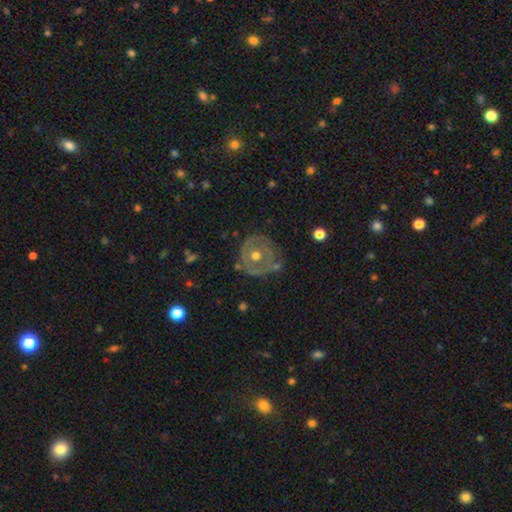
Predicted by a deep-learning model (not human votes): Smooth or featured?
  - featured or disk: 59% *
  - smooth: 34%
  - star or artifact: 8%
Edge-on disk?
  - no: 96% *
  - yes: 4%
Bar?
  - no: 89% *
  - weak: 9%
  - strong: 3%
Spiral arms?
  - no: 74% *
  - yes: 26%
Bulge size?
  - moderate: 77% *
  - small: 17%
  - large: 4%
  - none: 1%
  - dominant: 1%
Merging?
  - none: 69% *
  - minor disturbance: 20%
  - major disturbance: 8%
  - merger: 4%